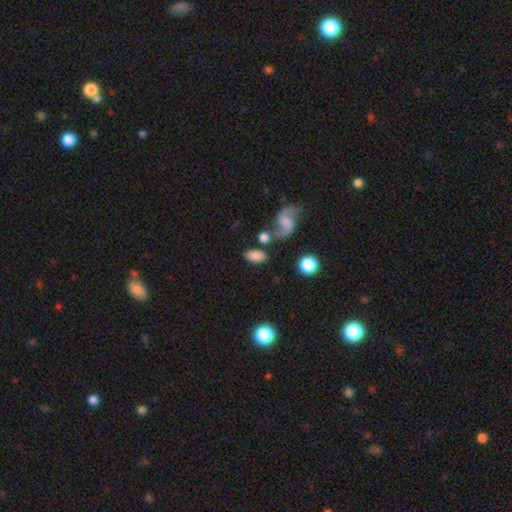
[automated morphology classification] Overall: smooth (75%). How rounded: in between (91%). Merging: none (69%).